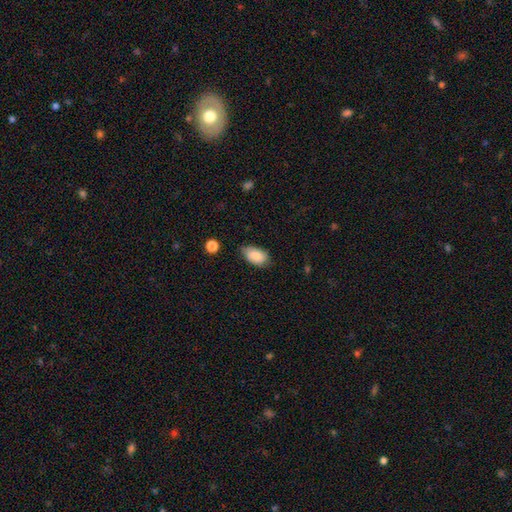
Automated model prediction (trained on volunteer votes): This appears to be a smooth galaxy with no disk features (84%) that is in between round and cigar-shaped (92%). Merging: none (64%).